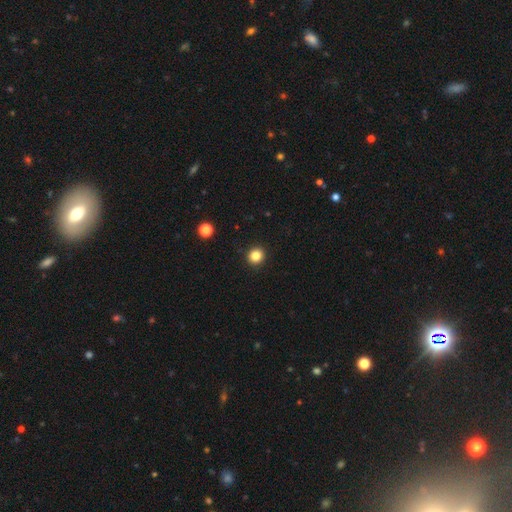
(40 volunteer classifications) Q: Smooth or featured?
A: smooth (85%); runner-up: star or artifact (12%)
Q: How rounded?
A: round (97%); runner-up: in between (3%)
Q: Merging?
A: none (97%); runner-up: minor disturbance (3%)